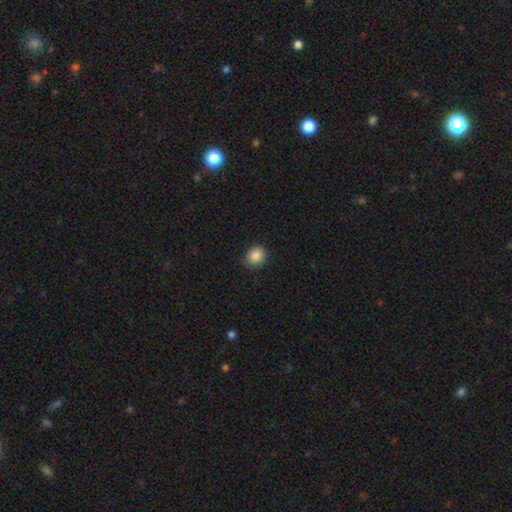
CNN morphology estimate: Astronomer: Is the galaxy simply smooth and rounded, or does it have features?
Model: smooth — 87%.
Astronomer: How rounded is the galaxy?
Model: round — 84%.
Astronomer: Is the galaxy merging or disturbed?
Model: none — 82%.